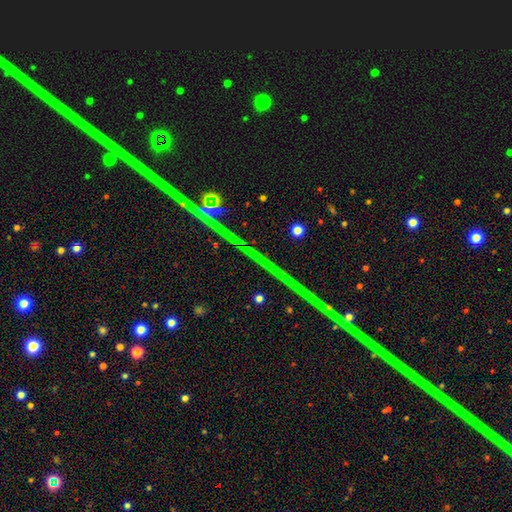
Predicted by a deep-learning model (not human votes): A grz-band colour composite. It shows a star or artifact, not a galaxy (85%).